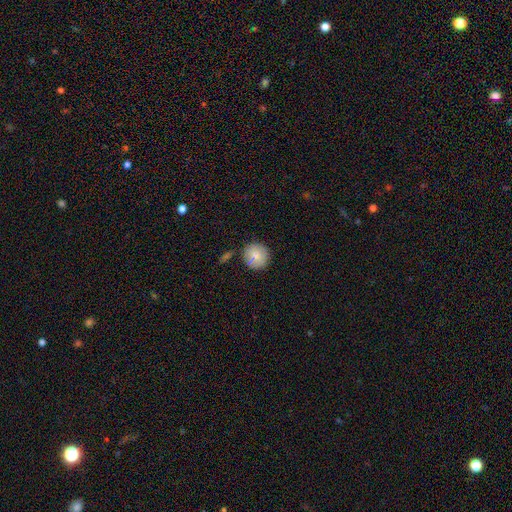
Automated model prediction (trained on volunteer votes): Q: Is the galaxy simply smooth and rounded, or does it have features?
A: smooth — 80%.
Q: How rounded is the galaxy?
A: round — 92%.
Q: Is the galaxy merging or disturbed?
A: none — 78%.